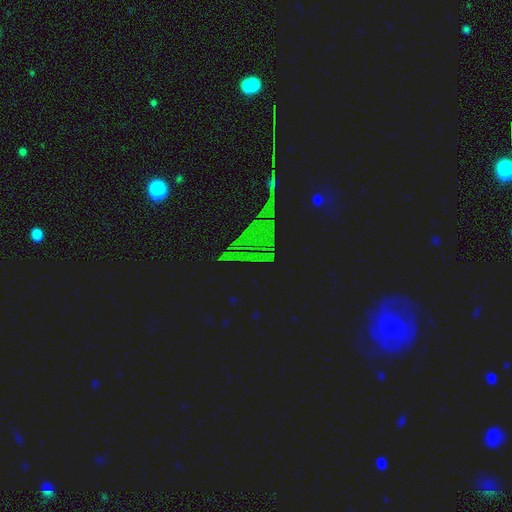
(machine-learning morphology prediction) A star or artifact, not a galaxy (77%).